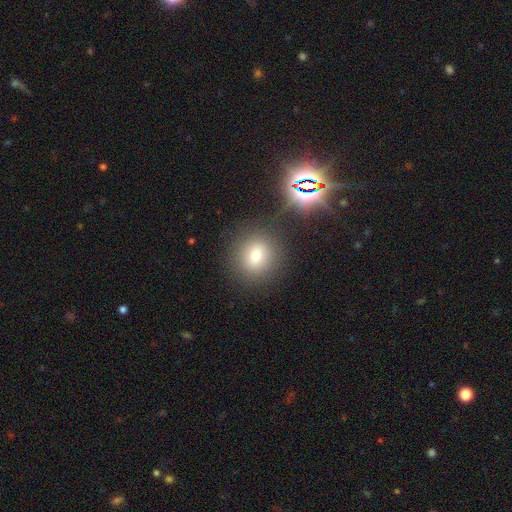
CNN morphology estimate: Smooth or featured? smooth (66%)
How rounded? round (86%)
Merging? none (85%)